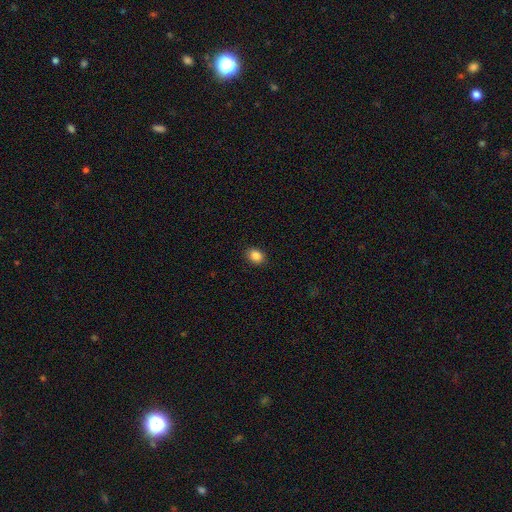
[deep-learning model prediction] Q: Smooth or featured?
A: smooth (86%); runner-up: star or artifact (10%)
Q: How rounded?
A: in between (55%); runner-up: round (44%)
Q: Merging?
A: none (90%); runner-up: minor disturbance (8%)